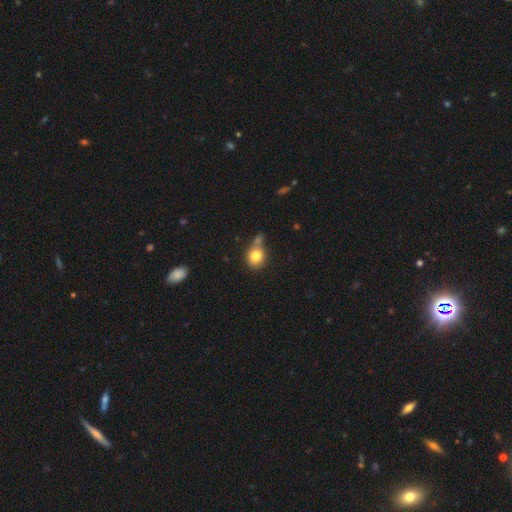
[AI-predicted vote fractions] Morphology: type=smooth (80%); roundness=round (68%); merging=none (44%).